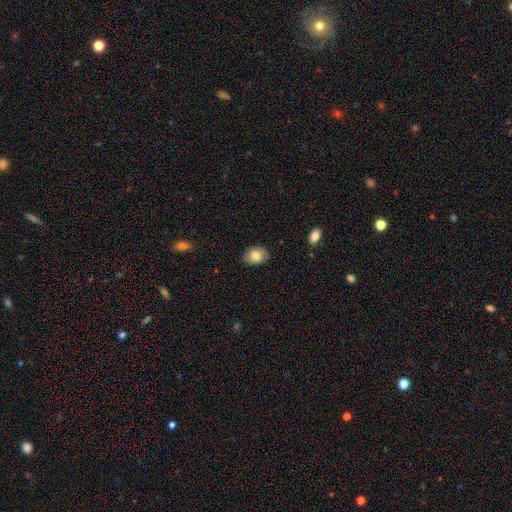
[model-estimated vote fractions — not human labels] smooth 80%, featured or disk 12%, star or artifact 7%. Down the decision tree: how rounded — in between (76%); merging — none (84%).